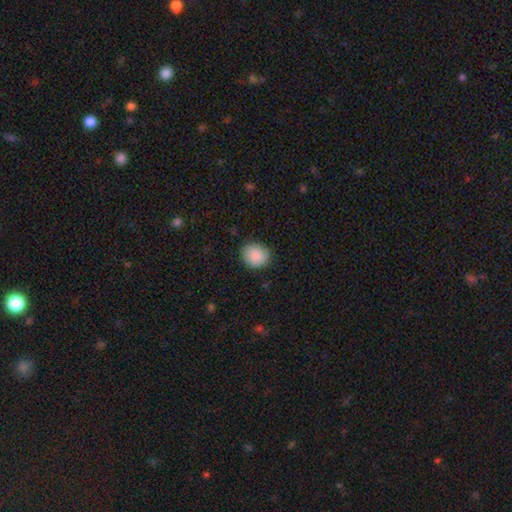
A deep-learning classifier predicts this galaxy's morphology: type=smooth (89%); roundness=round (73%); merging=none (83%).